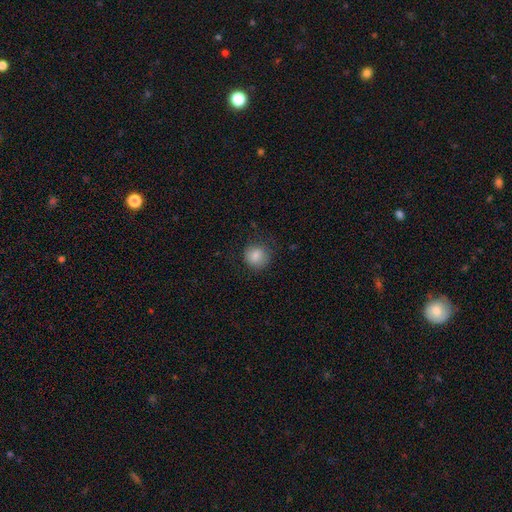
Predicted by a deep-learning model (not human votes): Smooth or featured?
  - smooth: 84% *
  - star or artifact: 9%
  - featured or disk: 7%
How rounded?
  - round: 89% *
  - in between: 10%
  - cigar-shaped: 1%
Merging?
  - none: 80% *
  - minor disturbance: 14%
  - major disturbance: 5%
  - merger: 1%